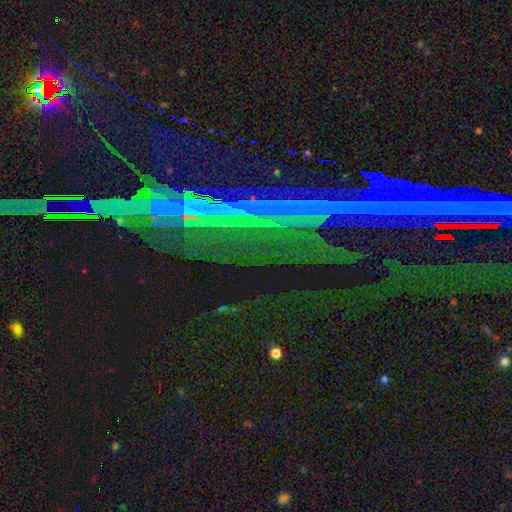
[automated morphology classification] smooth_or_featured: star or artifact (p=0.87) [alt: featured or disk p=0.08]